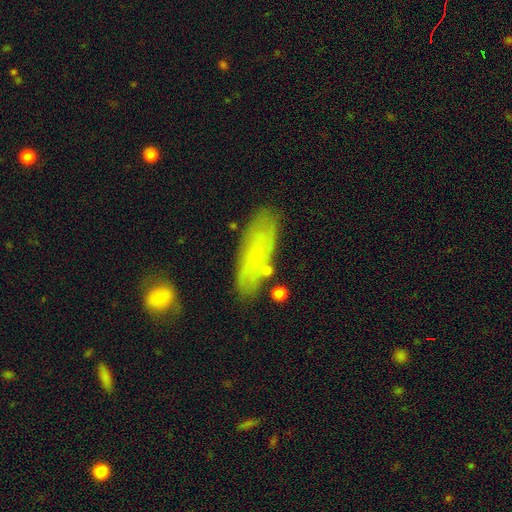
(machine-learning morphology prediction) smooth 58%, featured or disk 35%, star or artifact 8%. Down the decision tree: how rounded — in between (59%); merging — none (78%).